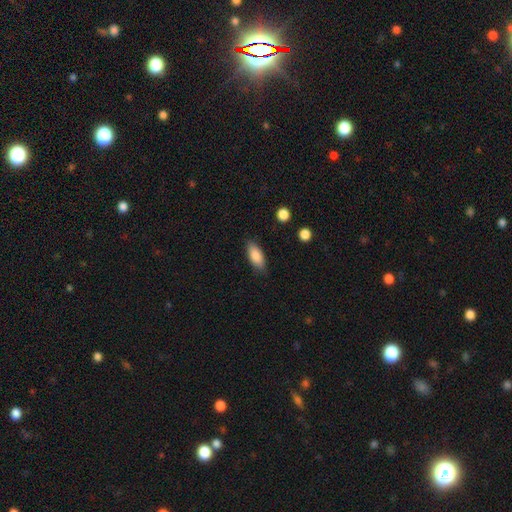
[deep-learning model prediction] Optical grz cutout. It shows a smooth galaxy with no disk features (84%) that is in between round and cigar-shaped (80%). Merging: none (84%).